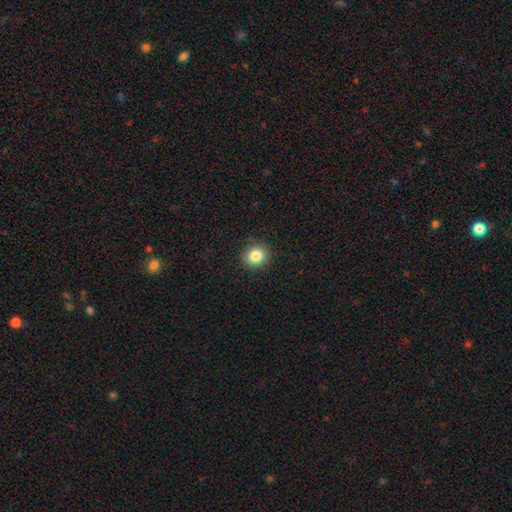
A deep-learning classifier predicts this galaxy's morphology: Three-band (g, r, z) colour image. It shows a smooth galaxy with no disk features (84%) that is round (89%). Merging: none (92%).